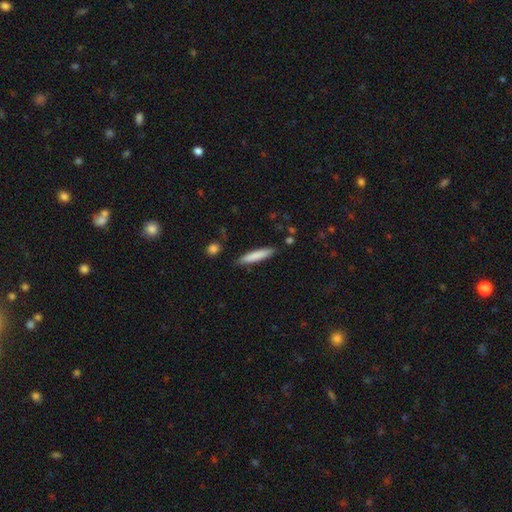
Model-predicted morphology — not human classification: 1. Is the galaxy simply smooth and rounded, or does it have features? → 80% smooth, 14% featured or disk, 6% star or artifact.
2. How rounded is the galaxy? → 89% cigar-shaped, 10% in between, 1% round.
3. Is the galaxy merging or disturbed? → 86% none, 10% minor disturbance, 2% major disturbance, 2% merger.